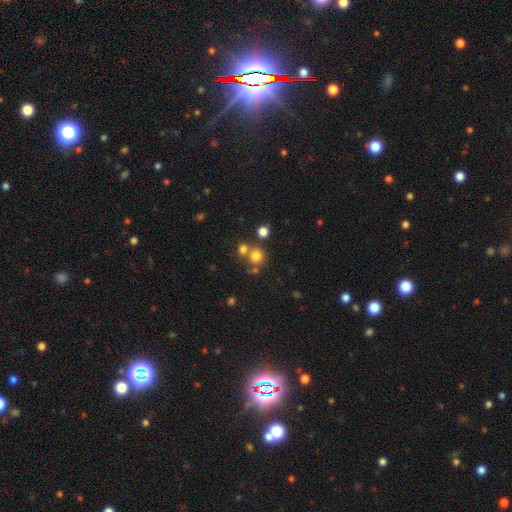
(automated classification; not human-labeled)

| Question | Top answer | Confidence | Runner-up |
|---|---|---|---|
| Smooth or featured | smooth | 74% | star or artifact (17%) |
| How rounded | round | 88% | in between (11%) |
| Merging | none | 59% | merger (29%) |